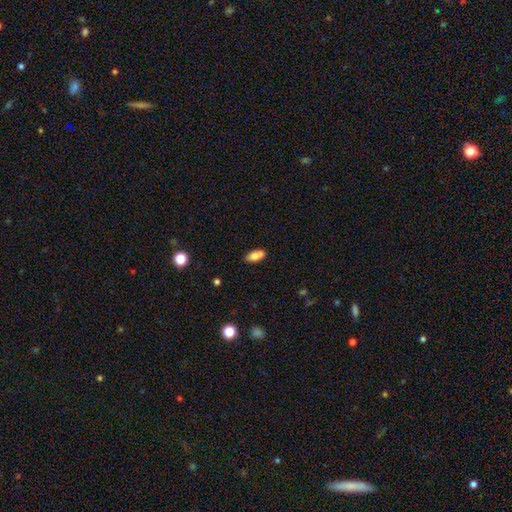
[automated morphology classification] A smooth galaxy with no disk features (76%) that is in between round and cigar-shaped (85%). Merging: none (57%).